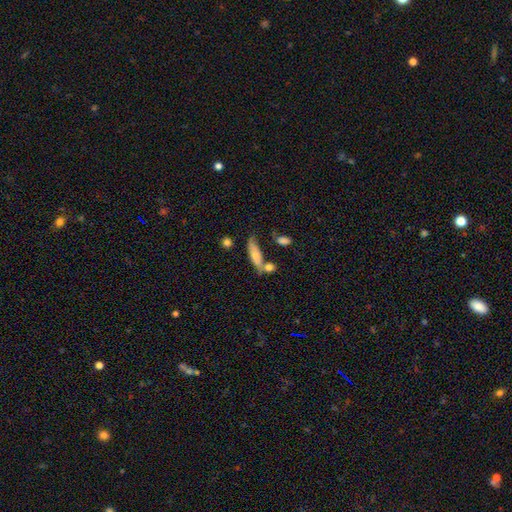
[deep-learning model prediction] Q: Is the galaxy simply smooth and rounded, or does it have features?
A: smooth — 70%.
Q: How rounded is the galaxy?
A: cigar-shaped — 57%.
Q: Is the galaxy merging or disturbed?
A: none — 55%.